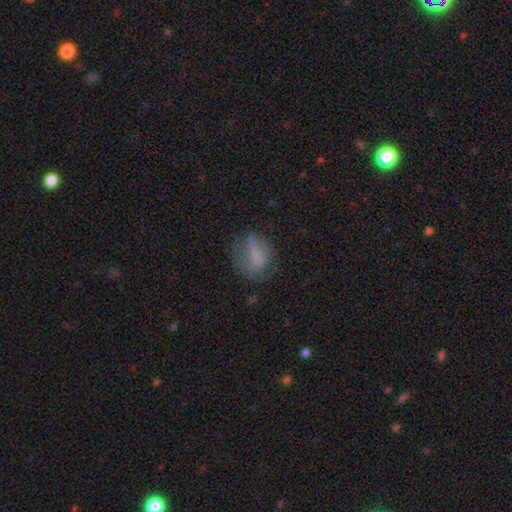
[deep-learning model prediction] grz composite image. It shows a smooth galaxy with no disk features (58%) that is in between round and cigar-shaped (64%). Merging: none (54%).